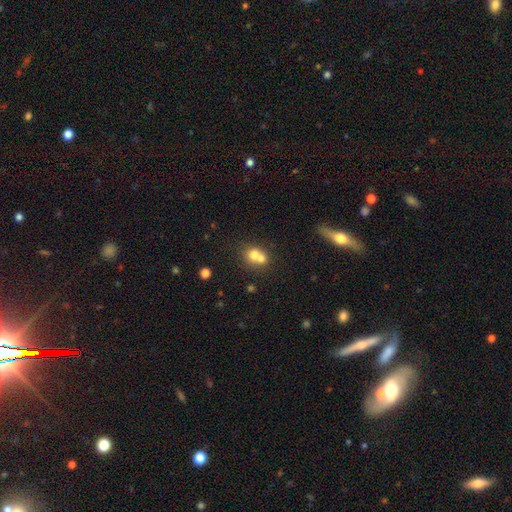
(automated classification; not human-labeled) The model was most divided on "merging": merger: 62%, none: 29%, minor disturbance: 6%, major disturbance: 3%. More confident: how rounded — round (74%); smooth or featured — smooth (70%).